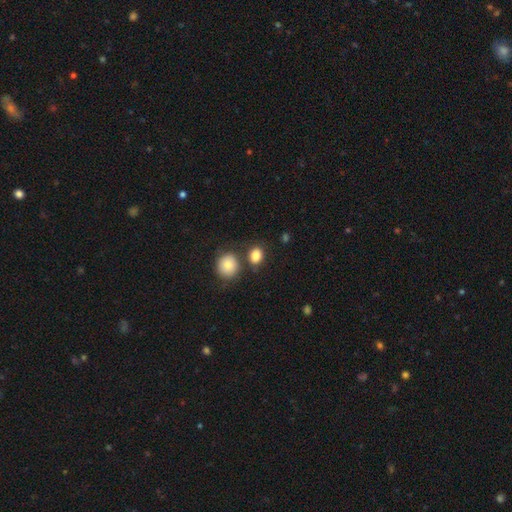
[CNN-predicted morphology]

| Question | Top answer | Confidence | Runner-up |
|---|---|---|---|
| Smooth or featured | smooth | 85% | star or artifact (10%) |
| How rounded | round | 52% | in between (47%) |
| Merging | none | 70% | merger (15%) |